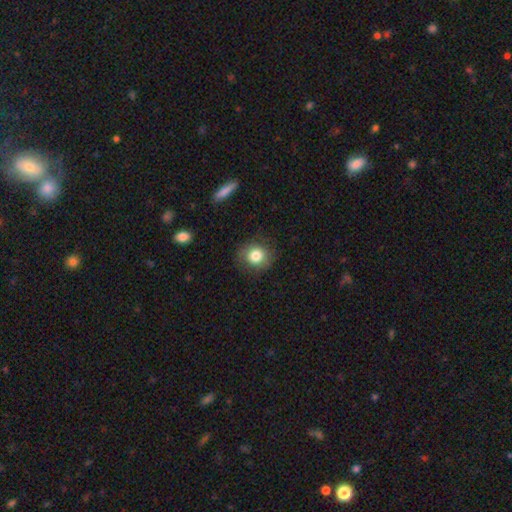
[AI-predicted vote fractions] smooth 80%, featured or disk 10%, star or artifact 10%. Down the decision tree: how rounded — round (82%); merging — none (82%).